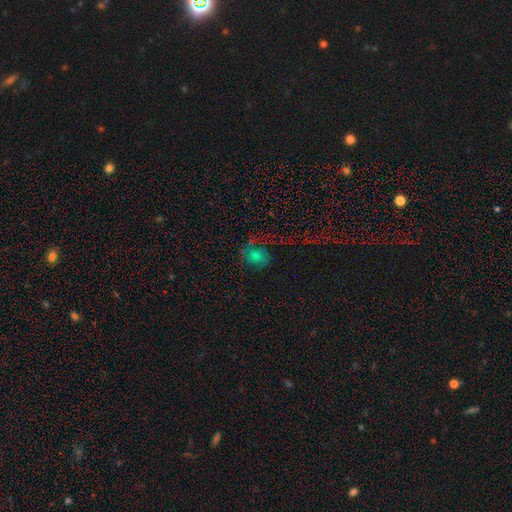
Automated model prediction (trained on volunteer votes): Smooth or featured? Predicted: smooth (p=0.53). How rounded? Predicted: round (p=0.69). Merging? Predicted: none (p=0.50).